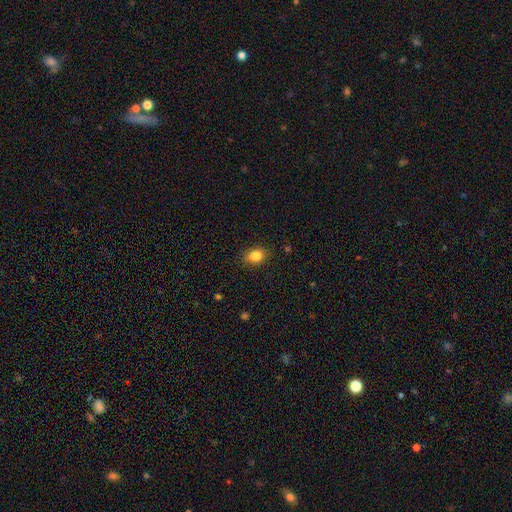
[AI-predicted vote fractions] This appears to be a smooth galaxy with no disk features (86%) that is in between round and cigar-shaped (69%). Merging: none (85%).